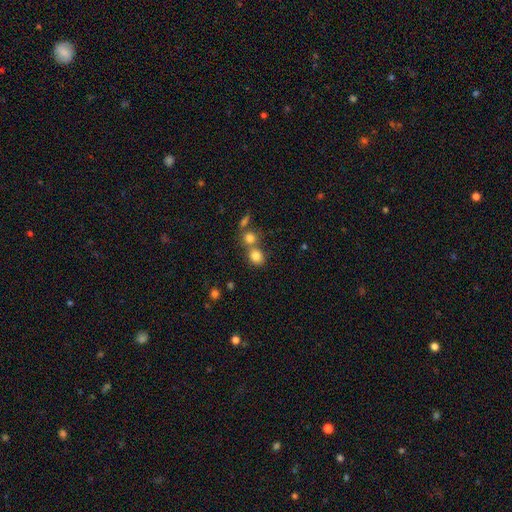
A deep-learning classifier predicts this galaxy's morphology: This is clearly a smooth galaxy (80%). How rounded: likely round (73%). Merging: possibly none (50%).